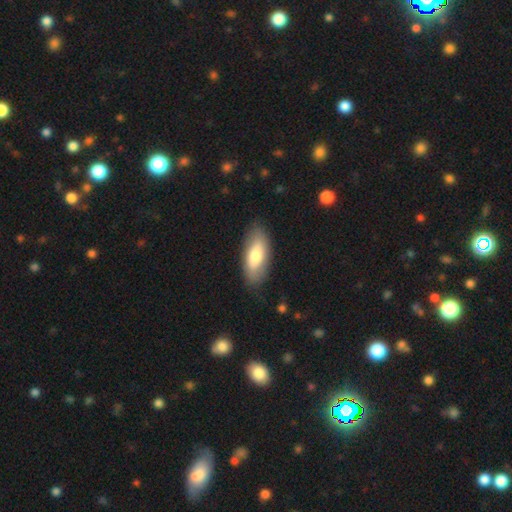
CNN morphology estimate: Q: Smooth or featured?
A: smooth (74%); runner-up: featured or disk (21%)
Q: How rounded?
A: in between (83%); runner-up: cigar-shaped (15%)
Q: Merging?
A: none (82%); runner-up: minor disturbance (14%)